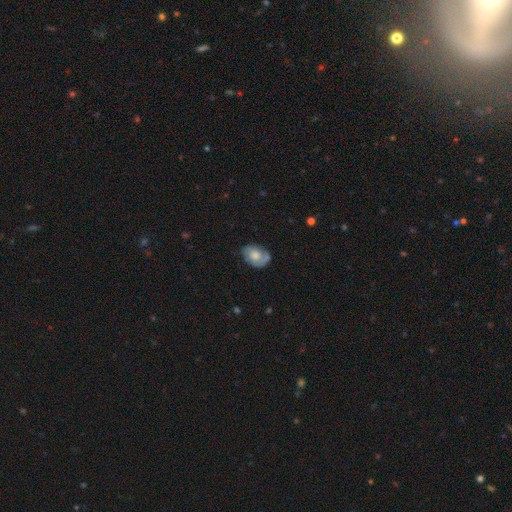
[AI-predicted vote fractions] The model was most divided on "smooth or featured": featured or disk: 56%, smooth: 37%, star or artifact: 7%. Remaining: edge-on disk — no (96%); spiral arms — yes (81%); bar — no (77%); merging — none (65%); bulge size — moderate (46%).